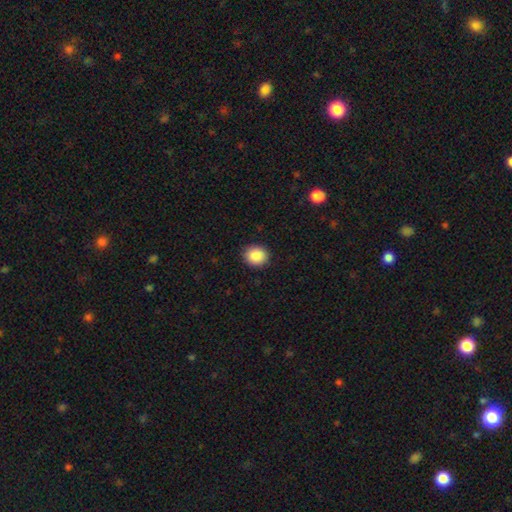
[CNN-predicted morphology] The model was most divided on "how rounded": round: 77%, in between: 22%, cigar-shaped: 1%. More confident: merging — none (91%); smooth or featured — smooth (87%).